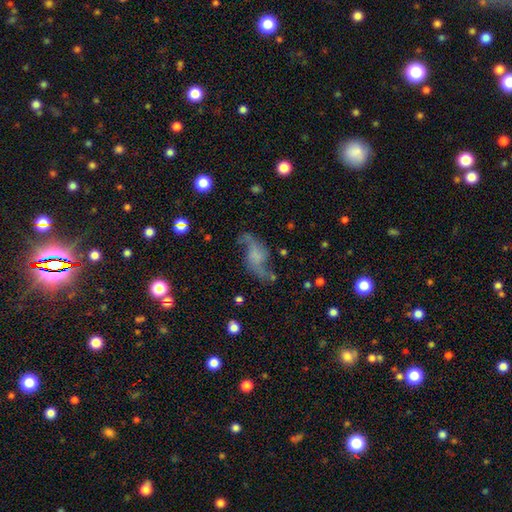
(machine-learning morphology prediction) Smooth or featured?
  - featured or disk: 73% *
  - smooth: 16%
  - star or artifact: 11%
Edge-on disk?
  - no: 93% *
  - yes: 7%
Bar?
  - no: 63% *
  - weak: 29%
  - strong: 8%
Spiral arms?
  - yes: 90% *
  - no: 10%
Spiral winding?
  - loose: 88% *
  - medium: 10%
  - tight: 3%
Spiral arm count?
  - 2: 92% *
  - can't tell: 3%
  - 1: 3%
  - 3: 1%
  - 4: 1%
  - more than 4: 1%
Bulge size?
  - none: 58% *
  - small: 21%
  - moderate: 12%
  - large: 6%
  - dominant: 2%
Merging?
  - none: 63% *
  - minor disturbance: 19%
  - major disturbance: 15%
  - merger: 4%